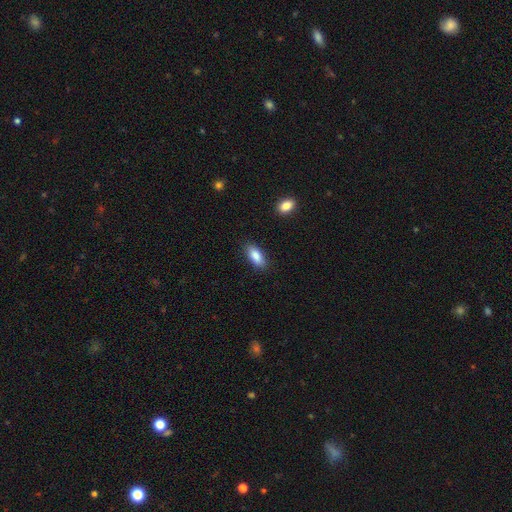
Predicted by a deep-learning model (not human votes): smooth_or_featured: smooth (p=0.87) [alt: star or artifact p=0.07]
how_rounded: in between (p=0.84) [alt: cigar-shaped p=0.14]
merging: none (p=0.85) [alt: minor disturbance p=0.11]